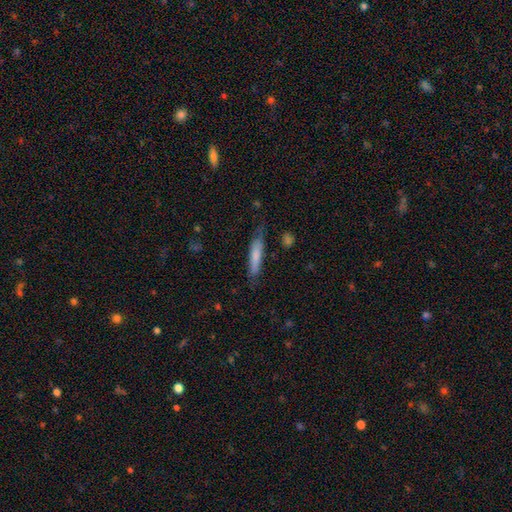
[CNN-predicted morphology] Overall: smooth (71%). How rounded: cigar-shaped (87%). Merging: none (70%).